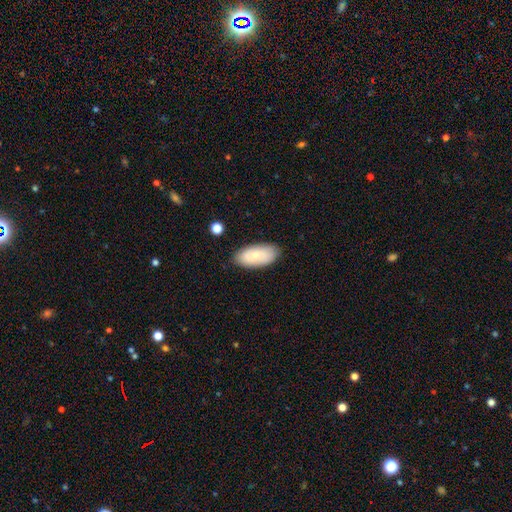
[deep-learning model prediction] Smooth or featured? Predicted: smooth (p=0.73). How rounded? Predicted: in between (p=0.93). Merging? Predicted: none (p=0.84).